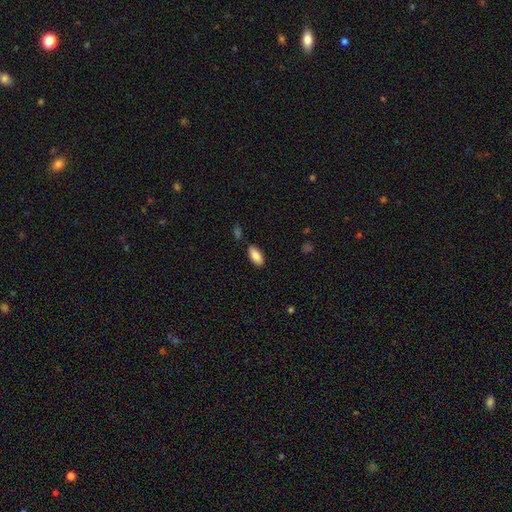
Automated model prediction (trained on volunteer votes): smooth-or-featured: smooth: 86% | featured or disk: 7% | star or artifact: 7%
  how-rounded: in between: 89% | cigar-shaped: 9% | round: 2%
  merging: none: 83% | minor disturbance: 11% | merger: 3% | major disturbance: 2%